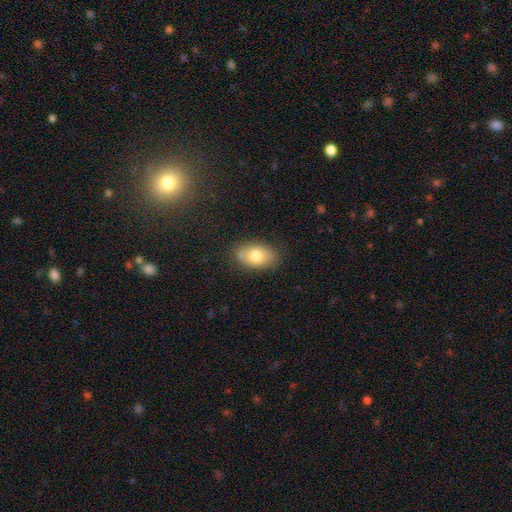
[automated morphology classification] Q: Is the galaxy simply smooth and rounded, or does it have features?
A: smooth — 75%.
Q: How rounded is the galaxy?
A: in between — 88%.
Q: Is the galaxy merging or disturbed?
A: none — 78%.